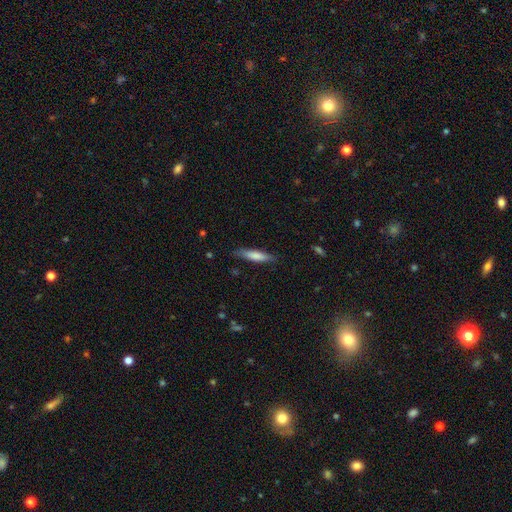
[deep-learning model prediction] Smooth or featured?
  - smooth: 74% *
  - featured or disk: 20%
  - star or artifact: 6%
How rounded?
  - cigar-shaped: 81% *
  - in between: 18%
  - round: 1%
Merging?
  - none: 84% *
  - minor disturbance: 12%
  - major disturbance: 2%
  - merger: 1%